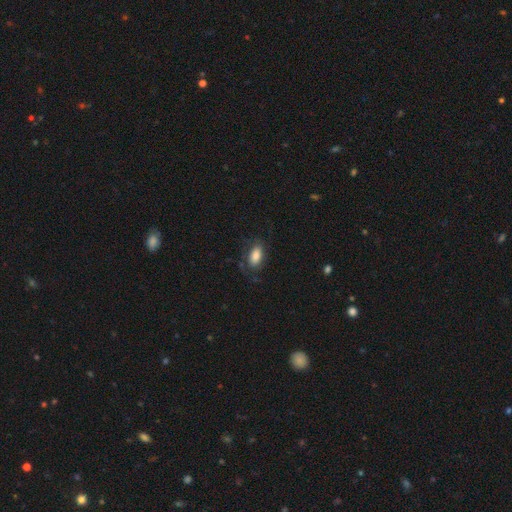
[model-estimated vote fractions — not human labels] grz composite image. It shows a smooth galaxy with no disk features (79%) that is in between round and cigar-shaped (91%). Merging: none (67%).